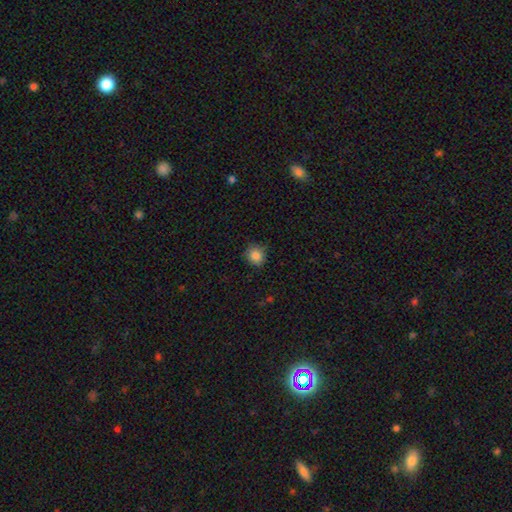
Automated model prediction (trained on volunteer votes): A smooth galaxy with no disk features (85%) that is round (82%). Merging: none (83%).